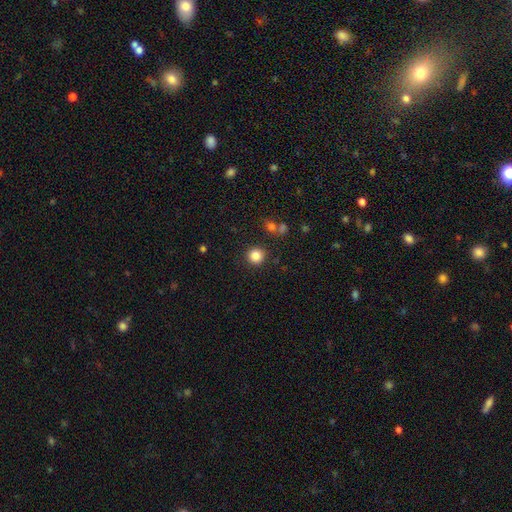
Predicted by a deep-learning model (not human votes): The model was most divided on "smooth or featured": smooth: 84%, star or artifact: 11%, featured or disk: 5%. More confident: how rounded — round (94%); merging — none (89%).